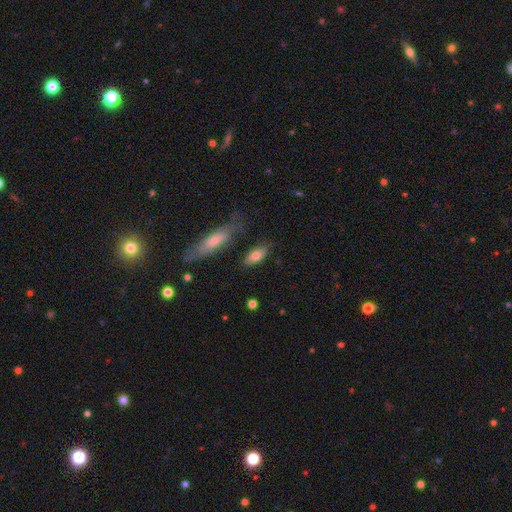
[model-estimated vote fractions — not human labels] This appears to be a smooth galaxy with no disk features (77%) that is in between round and cigar-shaped (78%). Merging: none (72%).